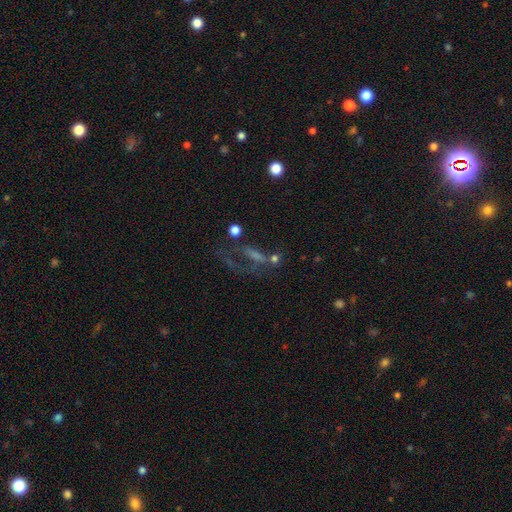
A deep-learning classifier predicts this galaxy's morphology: Smooth or featured: featured or disk — 42% (star or artifact — 31%)
Merging: major disturbance — 37% (none — 33%)